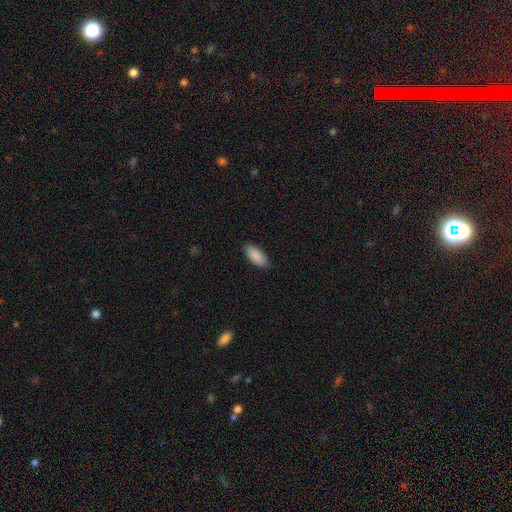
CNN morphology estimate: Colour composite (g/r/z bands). It shows a smooth galaxy with no disk features (90%) that is in between round and cigar-shaped (88%). Merging: none (88%).